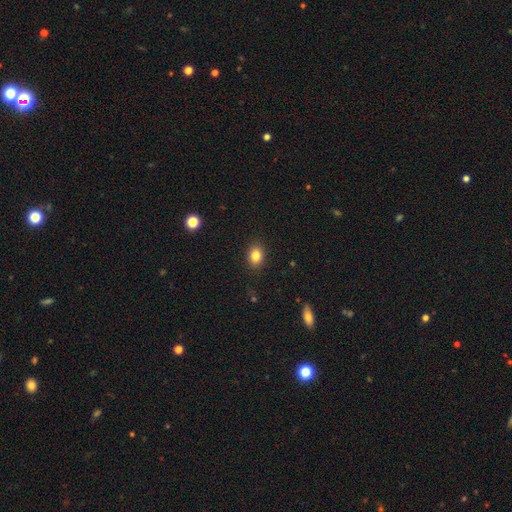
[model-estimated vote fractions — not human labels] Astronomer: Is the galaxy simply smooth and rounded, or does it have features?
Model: smooth — 83%.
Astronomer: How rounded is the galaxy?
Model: in between — 59% (runner-up: round, 40%).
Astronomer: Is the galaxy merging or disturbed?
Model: none — 88%.